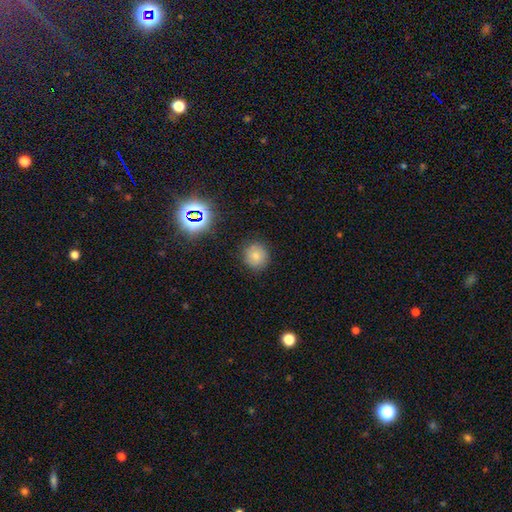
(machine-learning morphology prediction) This appears to be a smooth galaxy with no disk features (76%) that is round (90%). Merging: none (87%).